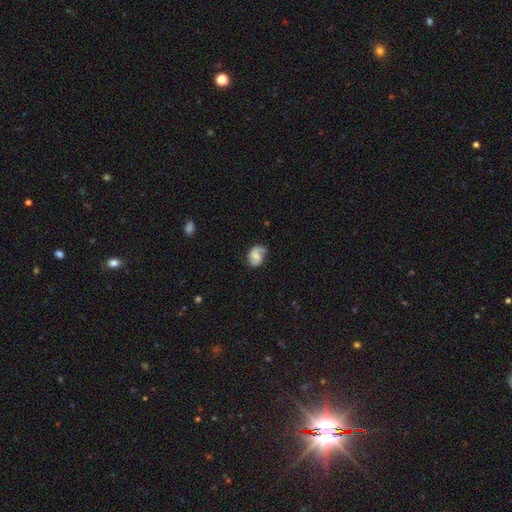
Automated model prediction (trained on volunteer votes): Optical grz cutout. It shows a featured or disk galaxy (57%) with no bar (60%), 2 (65%) medium (43%) spiral arms (90%) and a small central bulge (40%). Merging: none (58%).